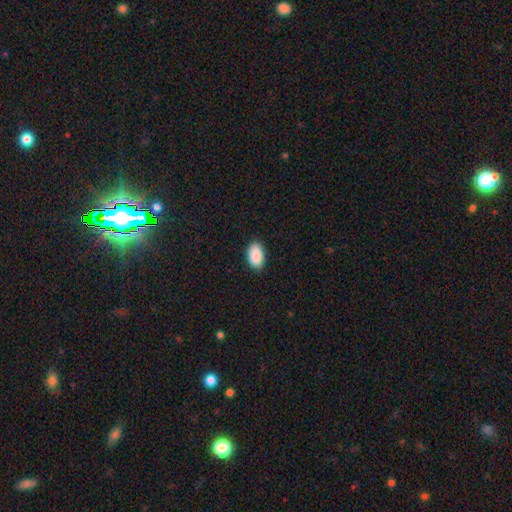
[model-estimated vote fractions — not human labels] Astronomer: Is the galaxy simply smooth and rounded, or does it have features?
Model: smooth — 90%.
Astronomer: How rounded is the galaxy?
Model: in between — 94%.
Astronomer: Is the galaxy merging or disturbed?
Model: none — 88%.